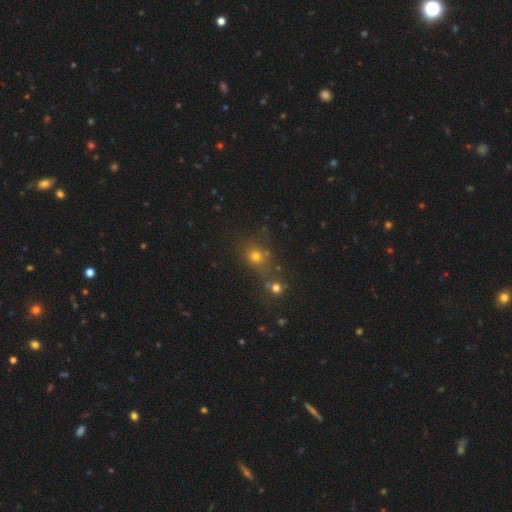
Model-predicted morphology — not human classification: type=smooth (56%); roundness=round (74%); merging=none (52%).